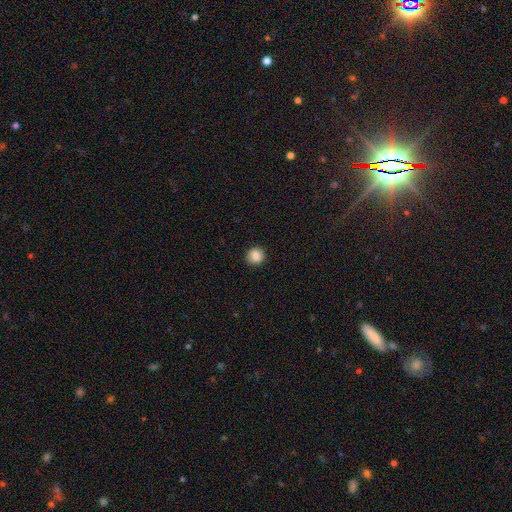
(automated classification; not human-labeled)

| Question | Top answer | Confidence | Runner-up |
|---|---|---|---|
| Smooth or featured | smooth | 87% | star or artifact (9%) |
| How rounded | round | 88% | in between (11%) |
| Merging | none | 89% | minor disturbance (8%) |